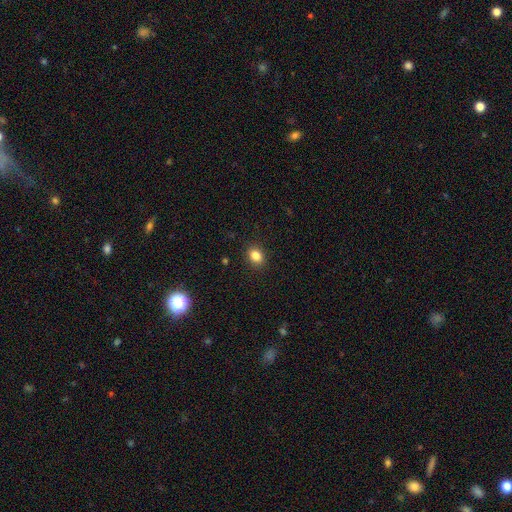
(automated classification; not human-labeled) smooth-or-featured: smooth: 85% | star or artifact: 10% | featured or disk: 5%
  how-rounded: in between: 56% | round: 43% | cigar-shaped: 1%
  merging: none: 89% | minor disturbance: 8% | major disturbance: 2% | merger: 1%